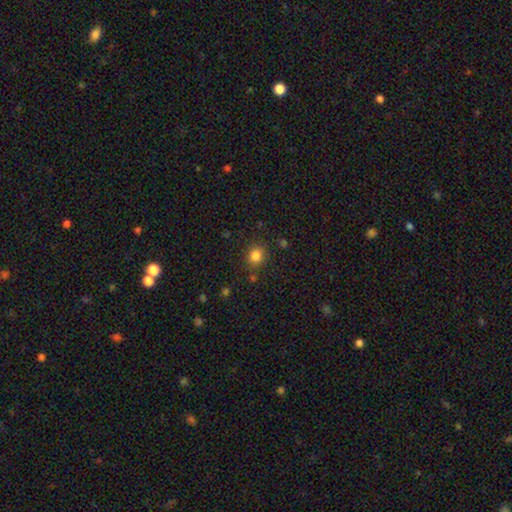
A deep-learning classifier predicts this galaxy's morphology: Overall: smooth (83%). How rounded: round (79%). Merging: none (82%).